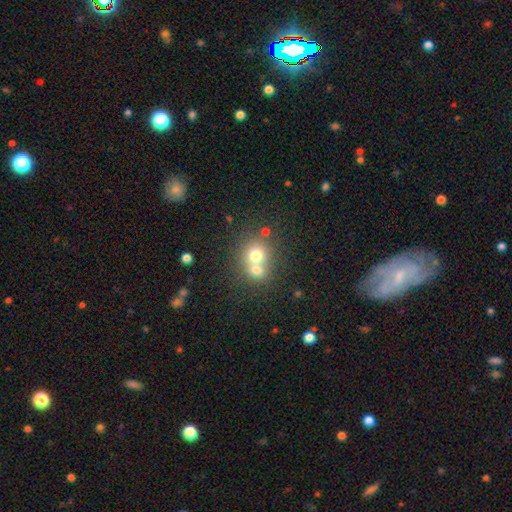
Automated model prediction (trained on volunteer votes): Smooth or featured? Predicted: smooth (p=0.70). How rounded? Predicted: round (p=0.78). Merging? Predicted: merger (p=0.58).